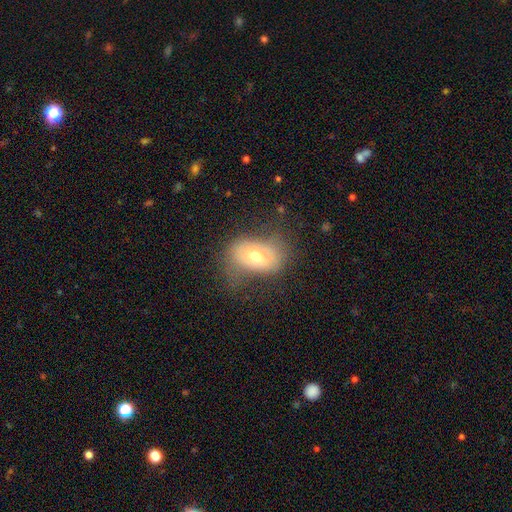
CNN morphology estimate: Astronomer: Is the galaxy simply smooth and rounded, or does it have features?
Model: smooth — 59%.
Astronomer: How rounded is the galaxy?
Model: in between — 83%.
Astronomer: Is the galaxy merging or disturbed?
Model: none — 47% (runner-up: minor disturbance, 31%).